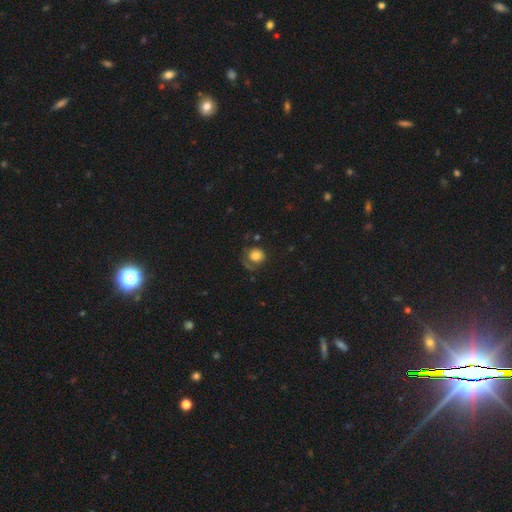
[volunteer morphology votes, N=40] A smooth galaxy with no disk features (72%) that is round (83%).

Vote fractions:
- Smooth or featured? smooth: 72% / featured or disk: 18% / star or artifact: 10%
- How rounded? round: 83% / in between: 17% / cigar-shaped: 0%
- Merging? none: 42% / minor disturbance: 31% / major disturbance: 28% / merger: 0%